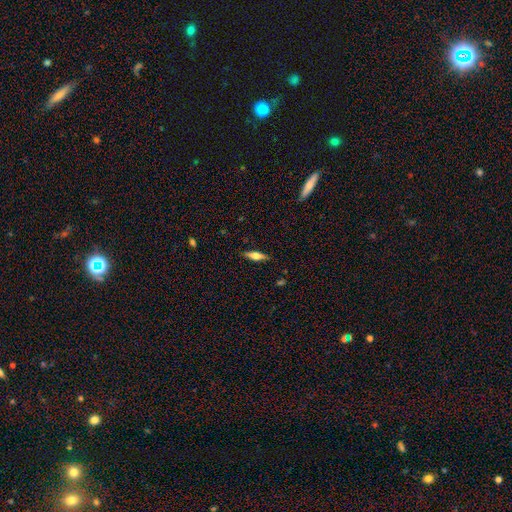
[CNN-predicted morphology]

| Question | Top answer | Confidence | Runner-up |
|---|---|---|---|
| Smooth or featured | smooth | 55% | featured or disk (38%) |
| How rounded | cigar-shaped | 53% | in between (44%) |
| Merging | none | 87% | minor disturbance (10%) |